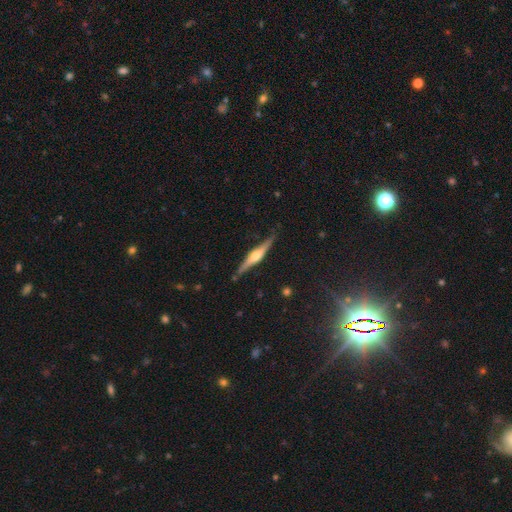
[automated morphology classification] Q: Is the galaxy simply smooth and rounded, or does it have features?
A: featured or disk — 77%.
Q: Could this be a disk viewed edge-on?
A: yes — 97%.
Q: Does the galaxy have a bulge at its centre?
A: rounded — 89%.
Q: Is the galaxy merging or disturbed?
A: none — 85%.